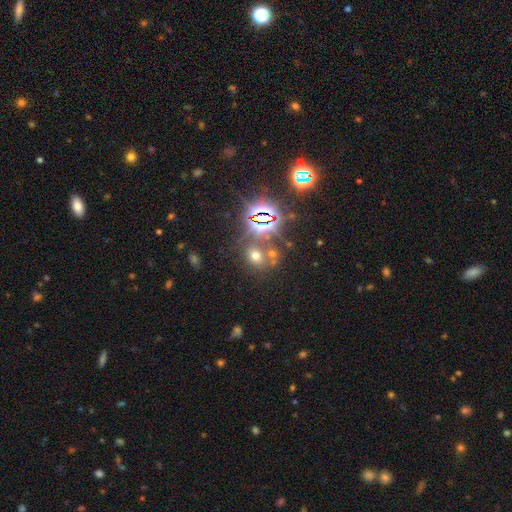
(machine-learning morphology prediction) A smooth galaxy with no disk features (47%).

Vote fractions:
- Smooth or featured? smooth: 47% / star or artifact: 42% / featured or disk: 11%
- Merging? none: 61% / merger: 21% / minor disturbance: 11% / major disturbance: 7%